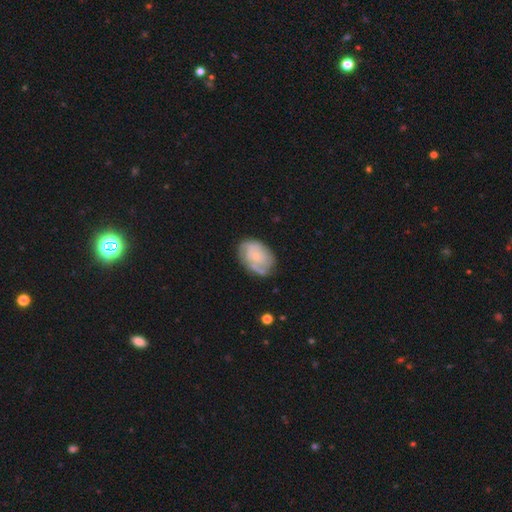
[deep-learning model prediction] Smooth or featured: featured or disk — 60% (smooth — 34%)
Edge-on disk: no — 97% (yes — 3%)
Bar: no — 82% (weak — 16%)
Spiral arms: yes — 68% (no — 32%)
Bulge size: small — 73% (moderate — 21%)
Merging: none — 63% (minor disturbance — 25%)